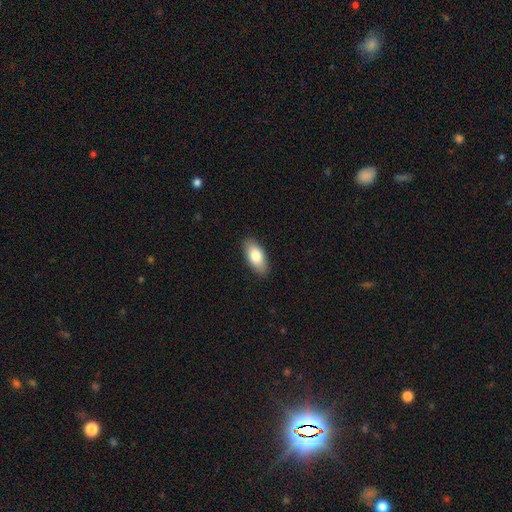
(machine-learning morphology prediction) Smooth or featured? smooth (81%)
How rounded? in between (90%)
Merging? none (88%)